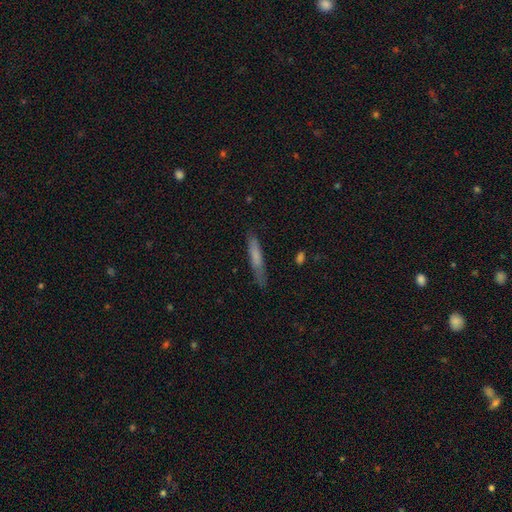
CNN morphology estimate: Q: Smooth or featured?
A: smooth (70%); runner-up: featured or disk (23%)
Q: How rounded?
A: cigar-shaped (92%); runner-up: in between (7%)
Q: Merging?
A: none (79%); runner-up: minor disturbance (16%)